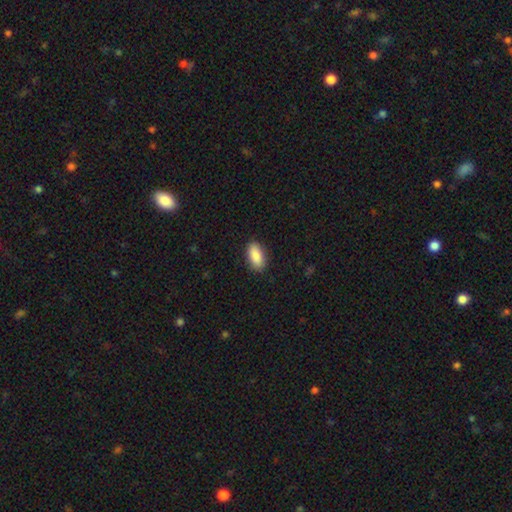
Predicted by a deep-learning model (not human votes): smooth_or_featured: smooth (p=0.88) [alt: star or artifact p=0.06]
how_rounded: in between (p=0.91) [alt: cigar-shaped p=0.06]
merging: none (p=0.89) [alt: minor disturbance p=0.08]